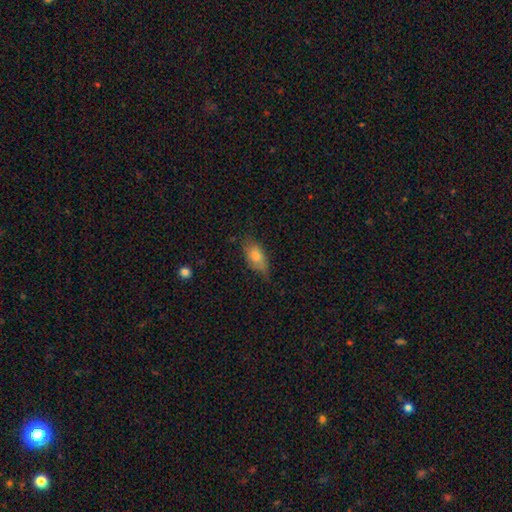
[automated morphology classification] Smooth or featured: smooth — 73% (featured or disk — 19%)
How rounded: in between — 83% (cigar-shaped — 12%)
Merging: none — 67% (minor disturbance — 26%)